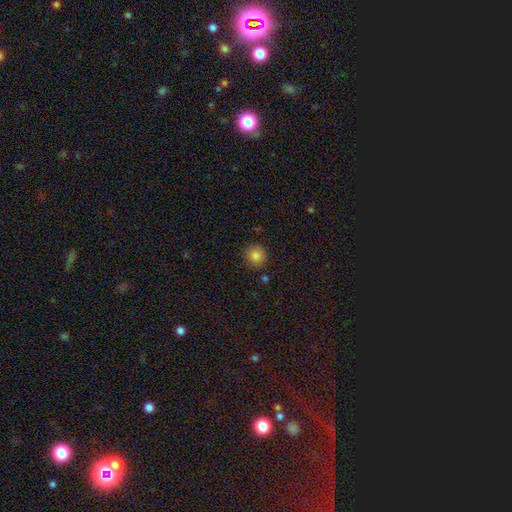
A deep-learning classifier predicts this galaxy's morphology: Smooth or featured? smooth (84%)
How rounded? round (93%)
Merging? none (88%)